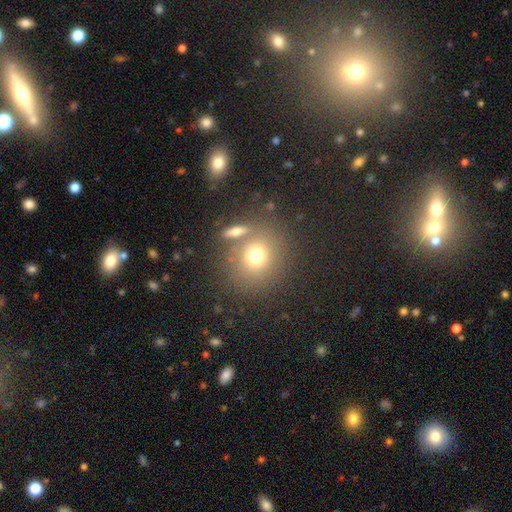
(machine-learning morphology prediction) The model was most divided on "merging": none: 68%, merger: 17%, minor disturbance: 10%, major disturbance: 5%. More confident: how rounded — round (81%); smooth or featured — smooth (72%).